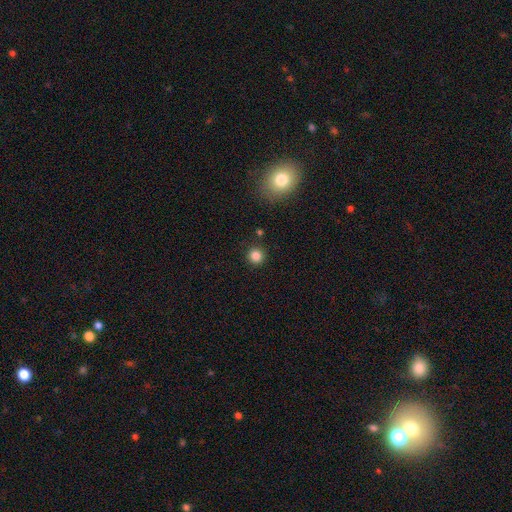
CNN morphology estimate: smooth 84%, star or artifact 12%, featured or disk 4%. Down the decision tree: how rounded — round (94%); merging — none (89%).